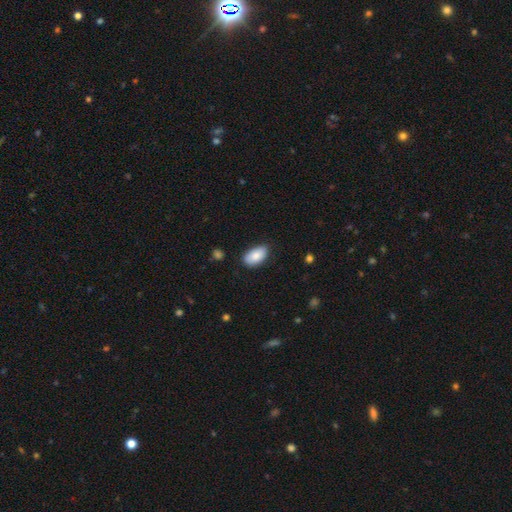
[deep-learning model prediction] smooth 84%, featured or disk 9%, star or artifact 6%. Down the decision tree: how rounded — in between (95%); merging — none (80%).